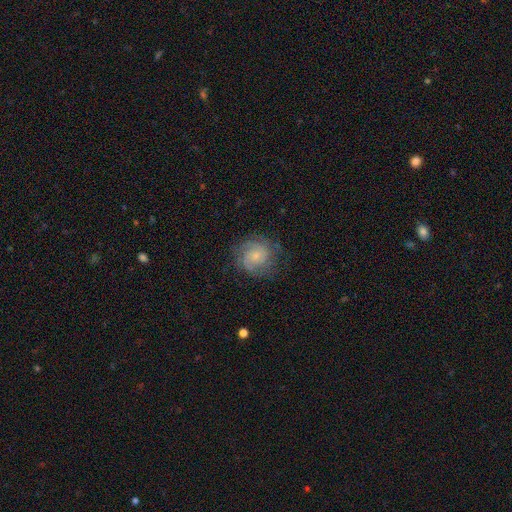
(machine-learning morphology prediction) This is likely a featured or disk galaxy (75%). It is clearly not viewed edge-on (98%). Bar: likely no (76%). Spiral arm pattern: clearly yes (95%). Spiral arm count: marginally 2 (37%). Spiral winding: possibly tight (57%). Central bulge: likely small (72%). Merging: likely none (75%).